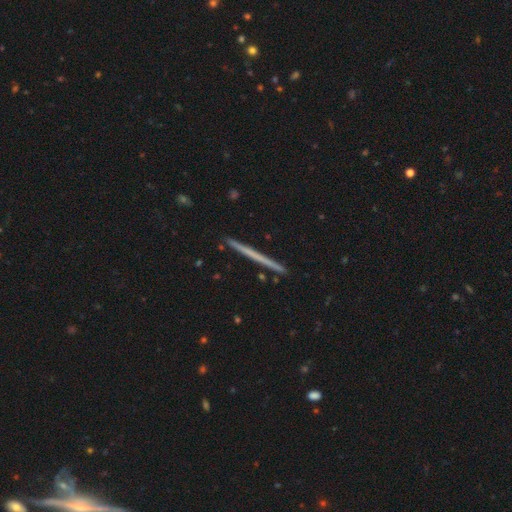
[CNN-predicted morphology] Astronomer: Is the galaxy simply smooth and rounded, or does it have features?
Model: featured or disk — 55% (runner-up: smooth, 39%).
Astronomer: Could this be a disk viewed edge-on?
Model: yes — 98%.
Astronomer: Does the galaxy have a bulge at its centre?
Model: none — 90%.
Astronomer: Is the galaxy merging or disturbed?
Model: none — 92%.